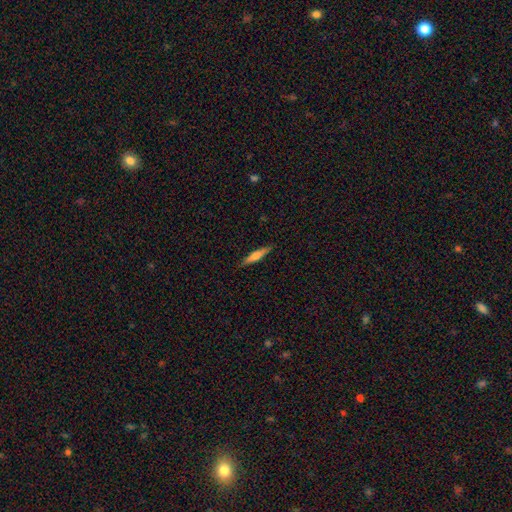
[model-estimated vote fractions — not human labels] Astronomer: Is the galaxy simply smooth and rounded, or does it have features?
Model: smooth — 54% (runner-up: featured or disk, 40%).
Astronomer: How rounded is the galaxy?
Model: cigar-shaped — 88%.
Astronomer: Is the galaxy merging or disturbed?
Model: none — 90%.